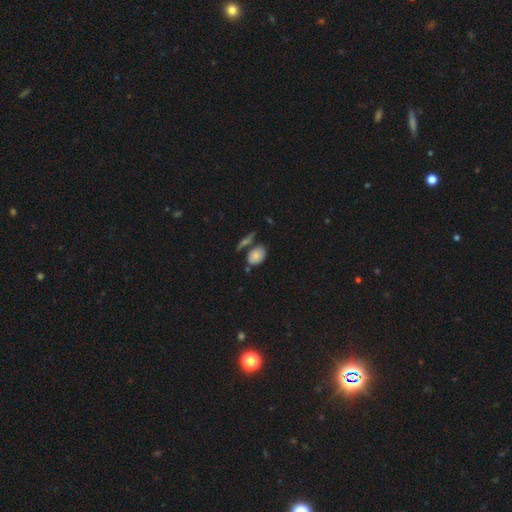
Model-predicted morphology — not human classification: Overall: smooth (80%). How rounded: in between (76%). Merging: none (57%; minor disturbance 19%).